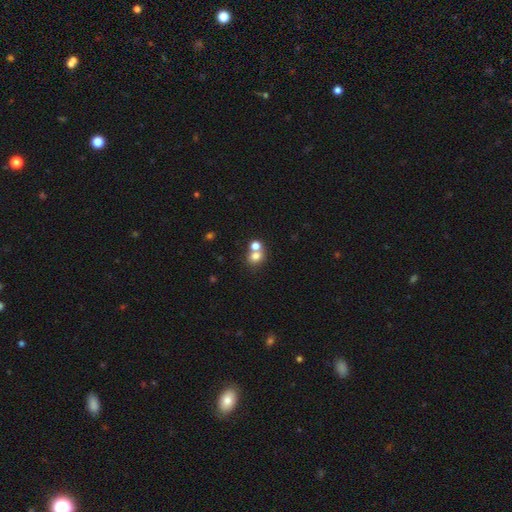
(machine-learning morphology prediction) Smooth or featured? smooth (74%)
How rounded? round (69%)
Merging? merger (47%)